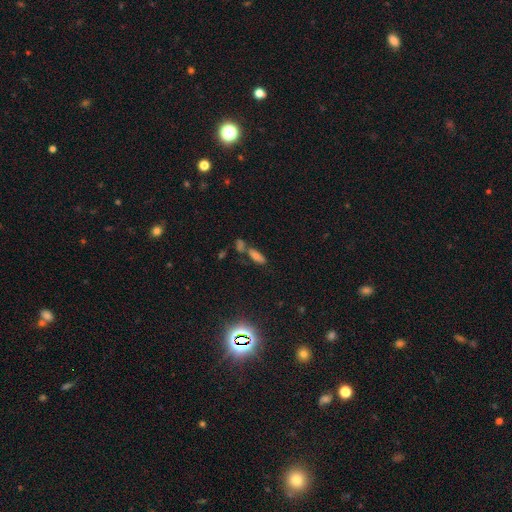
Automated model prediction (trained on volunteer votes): smooth-or-featured: smooth: 51% | star or artifact: 33% | featured or disk: 16%
  how-rounded: in between: 61% | cigar-shaped: 33% | round: 6%
  merging: none: 44% | merger: 37% | minor disturbance: 12% | major disturbance: 7%